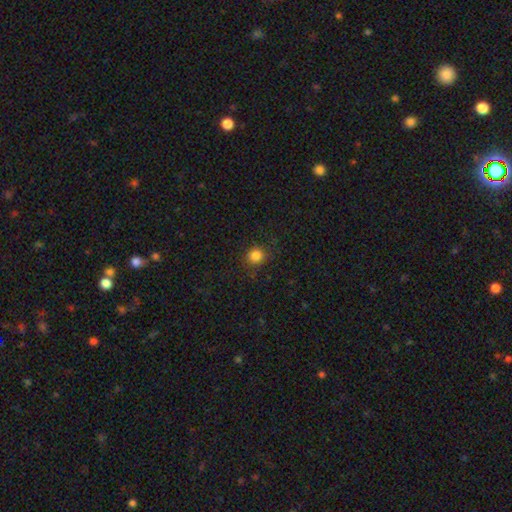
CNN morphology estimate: This is clearly a smooth galaxy (84%). How rounded: clearly round (88%). Merging: clearly none (84%).